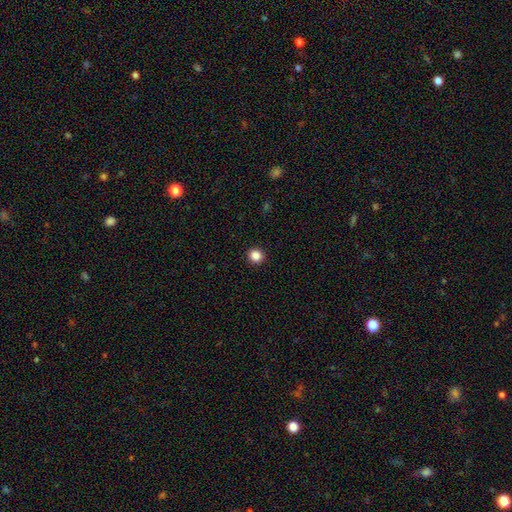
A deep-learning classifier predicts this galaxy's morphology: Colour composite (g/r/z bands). It shows a smooth galaxy with no disk features (86%) that is round (92%). Merging: none (93%).